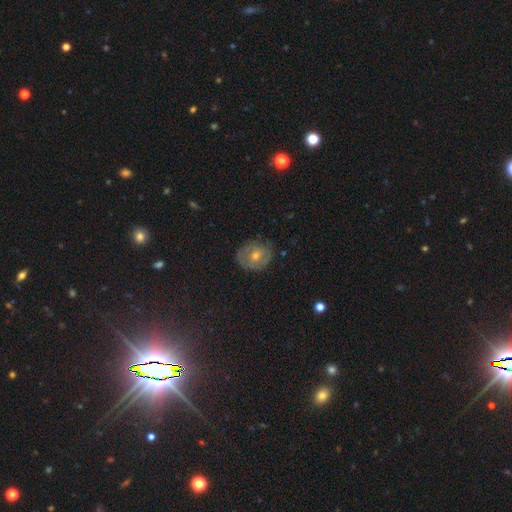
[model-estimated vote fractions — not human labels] Overall: featured or disk (50%; smooth 34%). Edge-on disk: no (95%). Merging: none (78%).